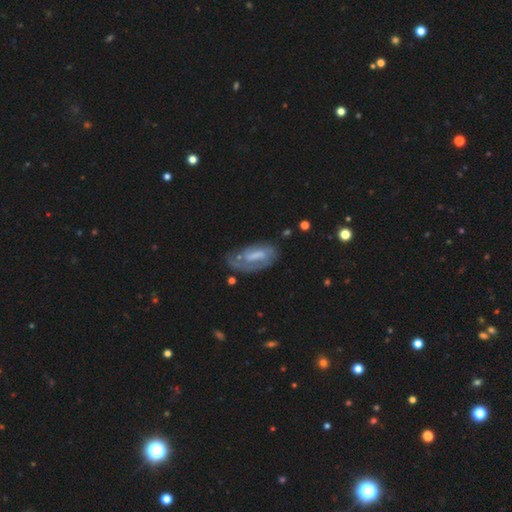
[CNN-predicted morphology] Smooth or featured? featured or disk (63%)
Edge-on disk? no (93%)
Bar? weak (41%)
Spiral arms? yes (75%)
Bulge size? none (36%)
Merging? none (50%)